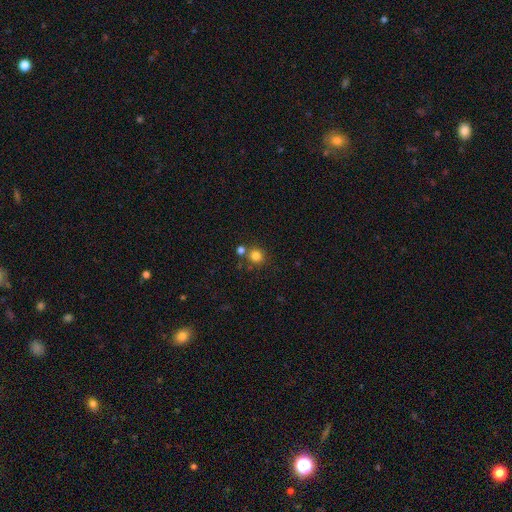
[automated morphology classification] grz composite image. It shows a smooth galaxy with no disk features (81%) that is round (88%). Merging: none (69%).